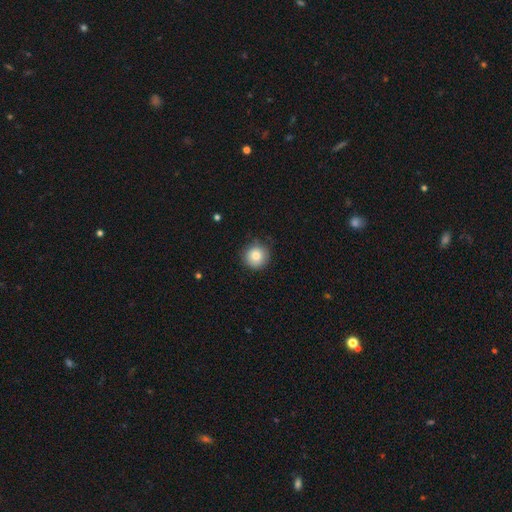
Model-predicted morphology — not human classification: A smooth galaxy with no disk features (82%) that is round (94%).

Vote fractions:
- Smooth or featured? smooth: 82% / star or artifact: 9% / featured or disk: 9%
- How rounded? round: 94% / in between: 5% / cigar-shaped: 1%
- Merging? none: 83% / minor disturbance: 13% / major disturbance: 3% / merger: 1%